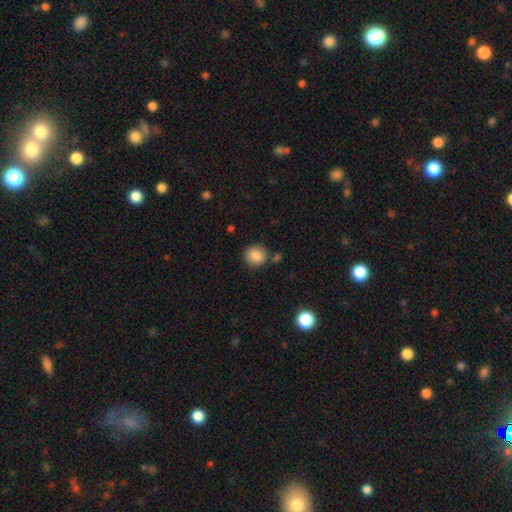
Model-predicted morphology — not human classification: type=smooth (87%); roundness=round (89%); merging=none (80%).